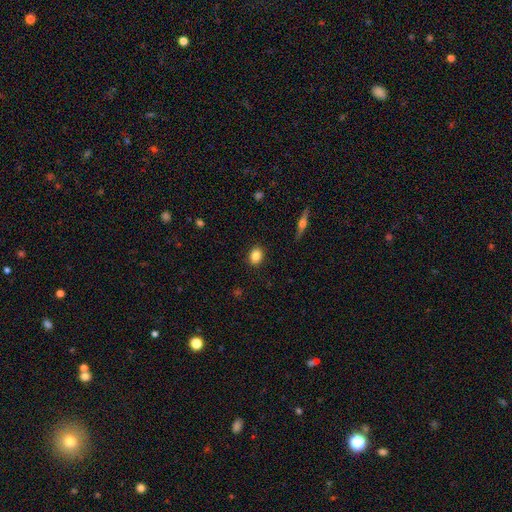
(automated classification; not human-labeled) The model was most divided on "how rounded": round: 53%, in between: 45%, cigar-shaped: 2%. More confident: merging — none (89%); smooth or featured — smooth (85%).